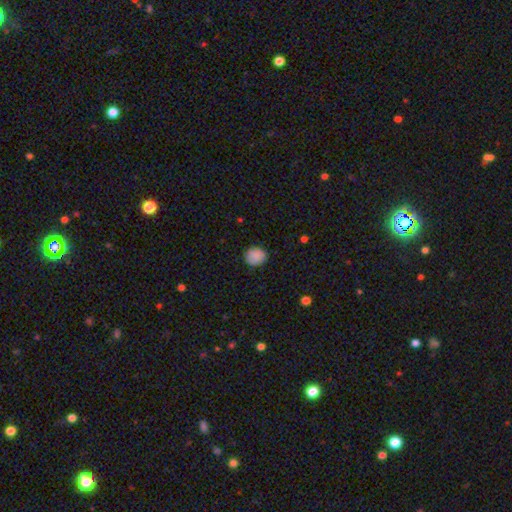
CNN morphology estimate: This appears to be a smooth galaxy with no disk features (88%) that is round (73%). Merging: none (86%).